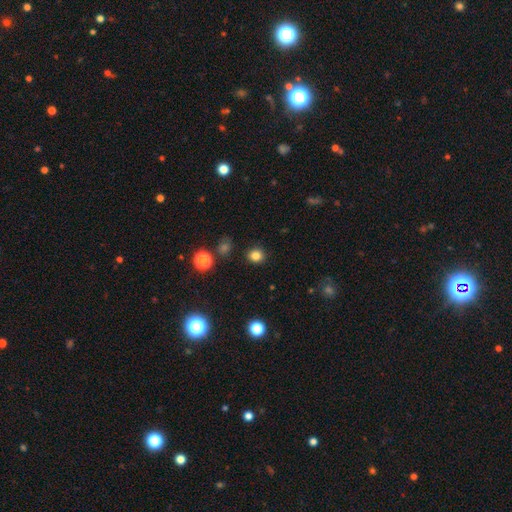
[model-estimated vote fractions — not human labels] Q: Smooth or featured?
A: smooth (82%); runner-up: star or artifact (14%)
Q: How rounded?
A: round (85%); runner-up: in between (14%)
Q: Merging?
A: none (89%); runner-up: minor disturbance (7%)